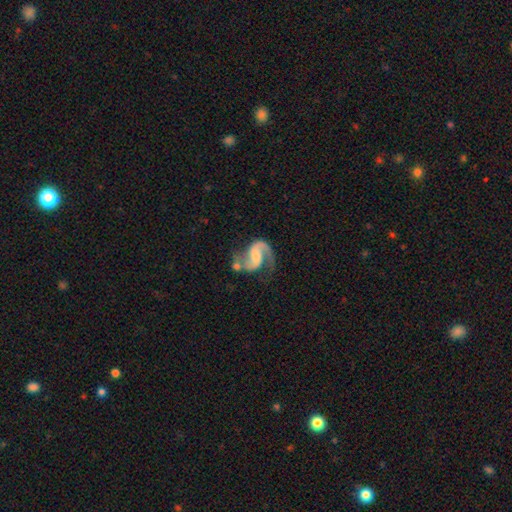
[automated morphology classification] smooth-or-featured: featured or disk: 89% | smooth: 7% | star or artifact: 5%
  disk-edge-on: no: 98% | yes: 2%
    bar: weak: 43% | no: 40% | strong: 16%
    has-spiral-arms: yes: 97% | no: 3%
      spiral-winding: medium: 50% | loose: 39% | tight: 11%
      spiral-arm-count: 2: 84% | 1: 11% | can't tell: 2% | 3: 1% | 4: 1% | more than 4: 1%
    bulge-size: moderate: 36% | small: 32% | none: 21% | large: 9% | dominant: 2%
  merging: none: 49% | minor disturbance: 20% | major disturbance: 17% | merger: 15%